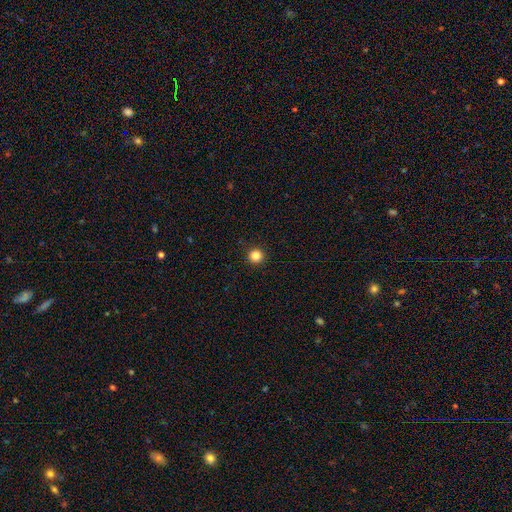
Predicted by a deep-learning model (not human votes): Morphology: type=smooth (85%); roundness=round (96%); merging=none (93%).